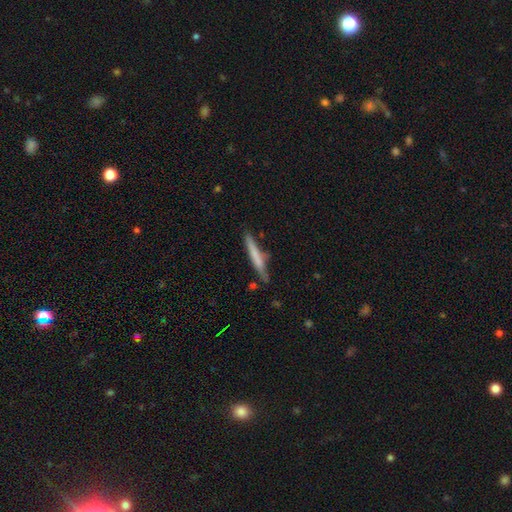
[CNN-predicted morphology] A smooth galaxy with no disk features (61%) that is cigar-shaped (95%).

Vote fractions:
- Smooth or featured? smooth: 61% / featured or disk: 33% / star or artifact: 6%
- How rounded? cigar-shaped: 95% / in between: 4% / round: 1%
- Merging? none: 77% / minor disturbance: 16% / merger: 4% / major disturbance: 3%